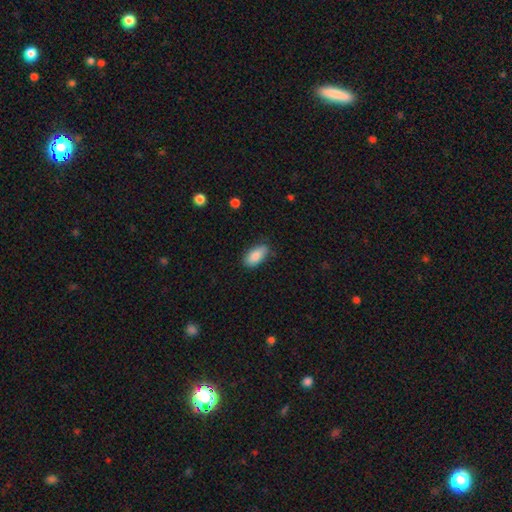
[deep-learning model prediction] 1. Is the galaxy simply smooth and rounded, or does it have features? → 87% smooth, 7% featured or disk, 7% star or artifact.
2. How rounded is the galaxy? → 92% in between, 5% cigar-shaped, 3% round.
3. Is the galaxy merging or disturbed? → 76% none, 19% minor disturbance, 3% major disturbance, 1% merger.